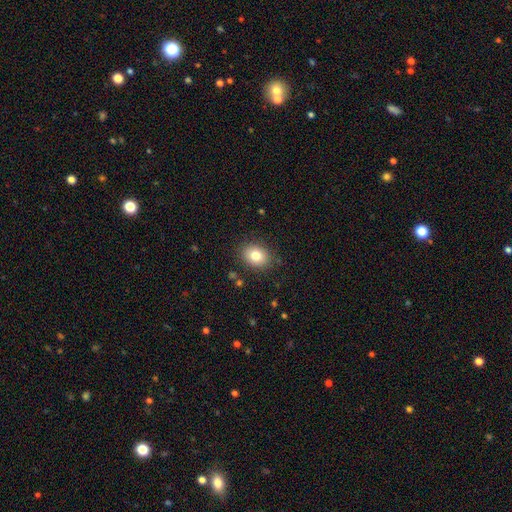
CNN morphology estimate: This is likely a smooth galaxy (80%). How rounded: possibly in between (53%). Merging: clearly none (86%).